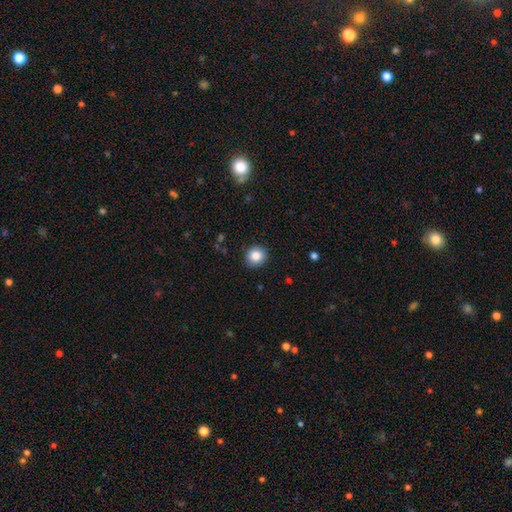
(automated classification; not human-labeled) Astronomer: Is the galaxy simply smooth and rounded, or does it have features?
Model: smooth — 85%.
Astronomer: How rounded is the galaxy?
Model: round — 89%.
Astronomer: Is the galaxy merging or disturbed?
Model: none — 90%.